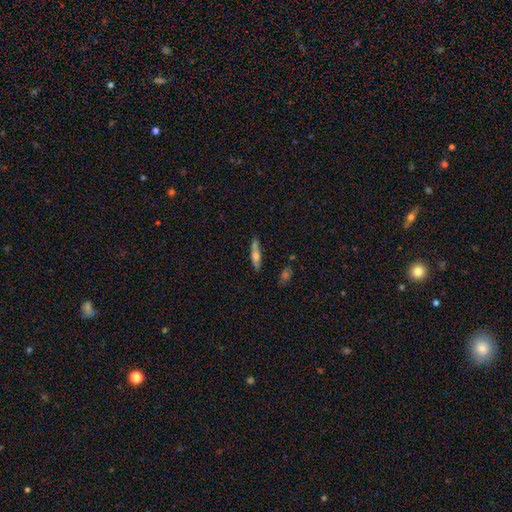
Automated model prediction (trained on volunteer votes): The model was most divided on "smooth or featured": smooth: 52%, featured or disk: 40%, star or artifact: 8%. More confident: how rounded — cigar-shaped (77%); merging — none (70%).